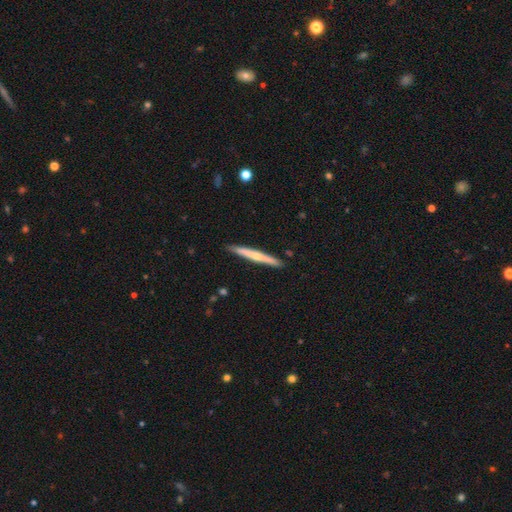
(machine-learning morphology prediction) Smooth or featured: featured or disk — 56% (smooth — 39%)
Edge-on disk: yes — 97% (no — 3%)
Edge-on bulge: rounded — 63% (none — 33%)
Merging: none — 91% (minor disturbance — 7%)